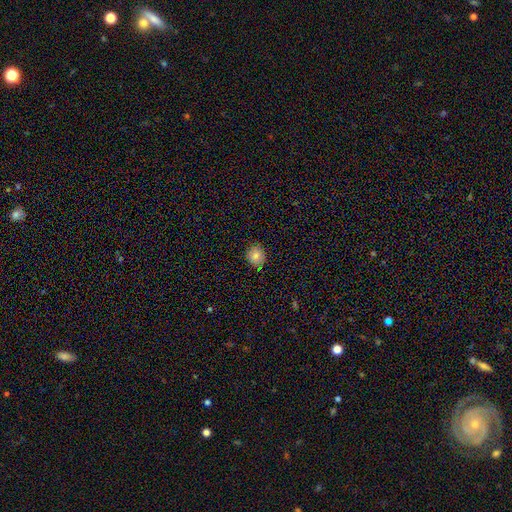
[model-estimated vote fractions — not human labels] The model was most divided on "smooth or featured": smooth: 81%, star or artifact: 11%, featured or disk: 8%. More confident: merging — none (86%); how rounded — round (86%).